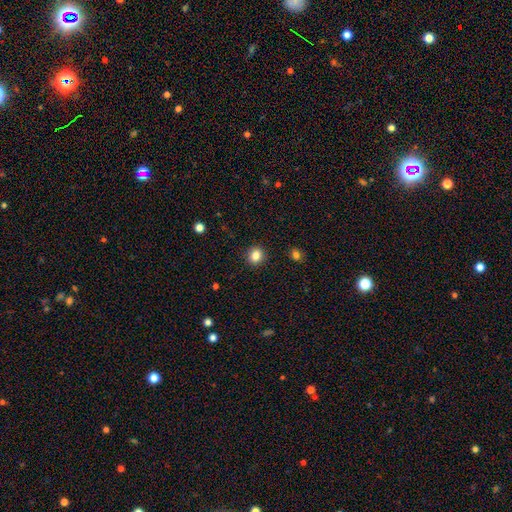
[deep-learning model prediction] The model was most divided on "how rounded": round: 82%, in between: 17%, cigar-shaped: 1%. More confident: merging — none (92%); smooth or featured — smooth (84%).